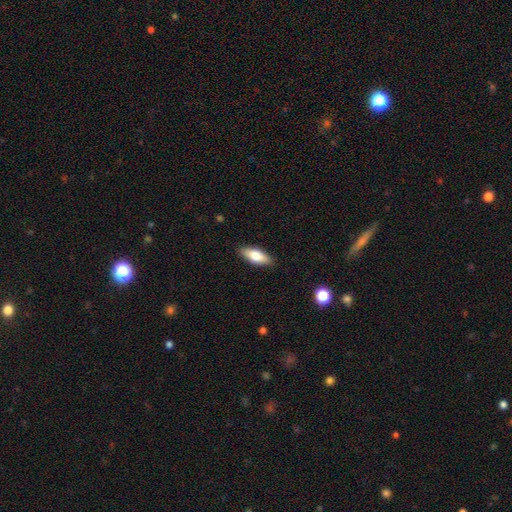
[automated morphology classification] Q: Smooth or featured?
A: smooth (72%); runner-up: featured or disk (22%)
Q: How rounded?
A: in between (74%); runner-up: cigar-shaped (24%)
Q: Merging?
A: none (88%); runner-up: minor disturbance (9%)